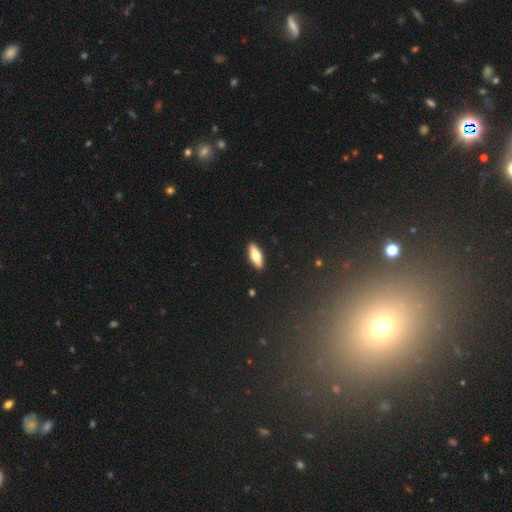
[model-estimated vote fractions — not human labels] smooth_or_featured: smooth (p=0.62) [alt: featured or disk p=0.32]
how_rounded: in between (p=0.56) [alt: cigar-shaped p=0.41]
merging: none (p=0.90) [alt: minor disturbance p=0.07]